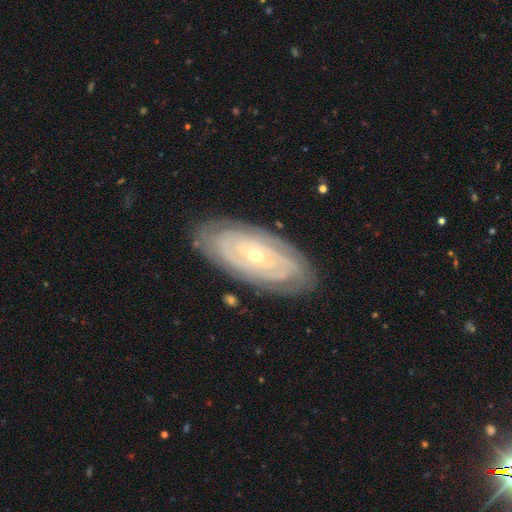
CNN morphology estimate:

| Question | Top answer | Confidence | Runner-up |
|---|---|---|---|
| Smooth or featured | featured or disk | 86% | smooth (9%) |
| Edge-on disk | no | 93% | yes (7%) |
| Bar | no | 79% | weak (15%) |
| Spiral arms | yes | 93% | no (7%) |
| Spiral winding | tight | 86% | medium (11%) |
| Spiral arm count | can't tell | 40% | 2 (18%) |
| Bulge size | small | 61% | moderate (36%) |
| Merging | none | 83% | minor disturbance (12%) |